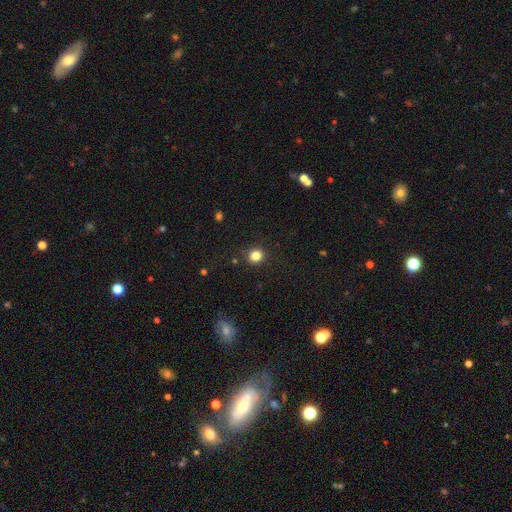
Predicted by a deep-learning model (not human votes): Overall: smooth (83%). How rounded: round (86%). Merging: none (89%).